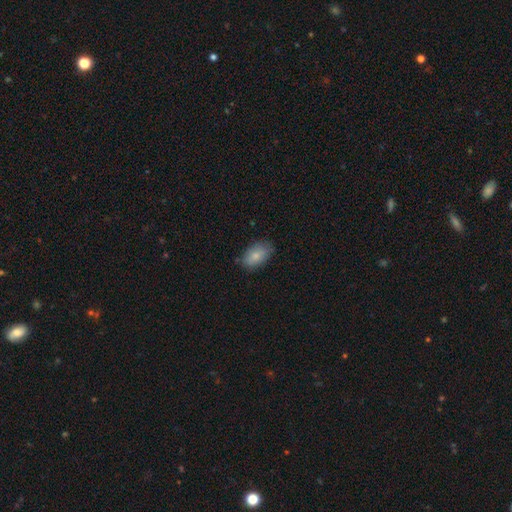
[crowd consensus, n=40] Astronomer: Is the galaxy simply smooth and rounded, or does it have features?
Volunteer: smooth — 85%.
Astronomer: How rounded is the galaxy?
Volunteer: in between — 88%.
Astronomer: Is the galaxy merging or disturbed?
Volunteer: none — 95%.